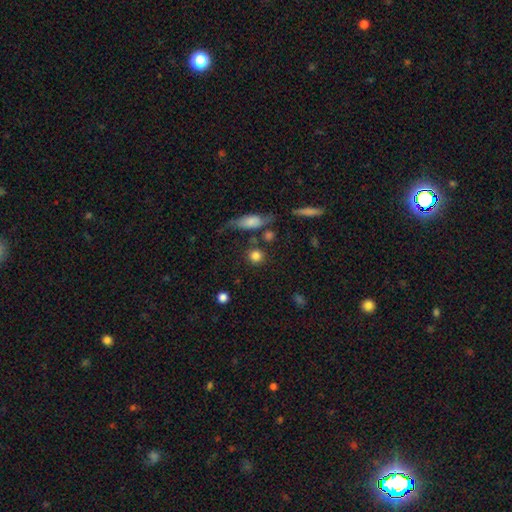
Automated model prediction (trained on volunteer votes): Overall: smooth (82%). How rounded: round (89%). Merging: none (77%).